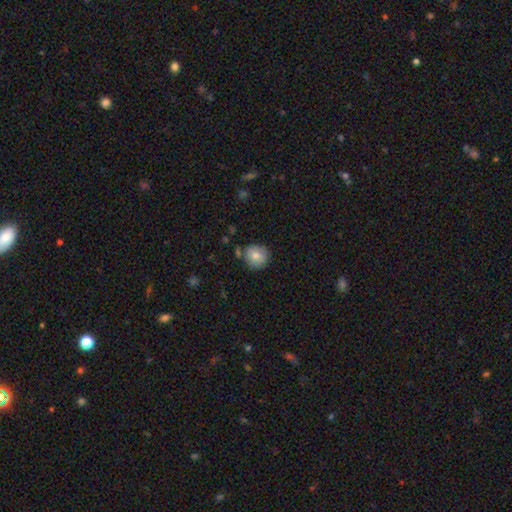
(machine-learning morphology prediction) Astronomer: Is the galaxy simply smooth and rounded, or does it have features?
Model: smooth — 77%.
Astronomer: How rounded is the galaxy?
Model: round — 89%.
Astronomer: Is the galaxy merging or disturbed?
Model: none — 76%.